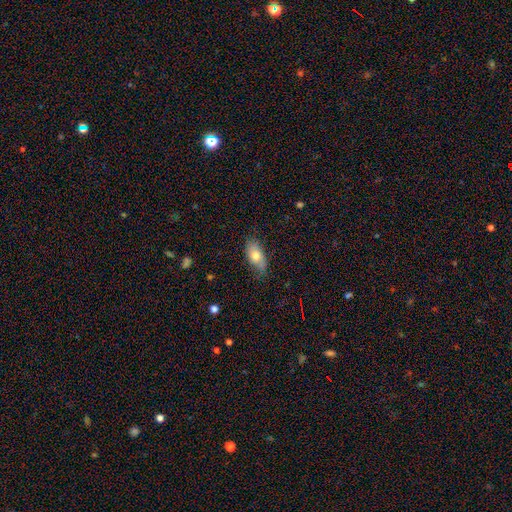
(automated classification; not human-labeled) smooth-or-featured: smooth: 71% | featured or disk: 22% | star or artifact: 7%
  how-rounded: in between: 90% | cigar-shaped: 6% | round: 5%
  merging: none: 72% | minor disturbance: 22% | major disturbance: 4% | merger: 1%